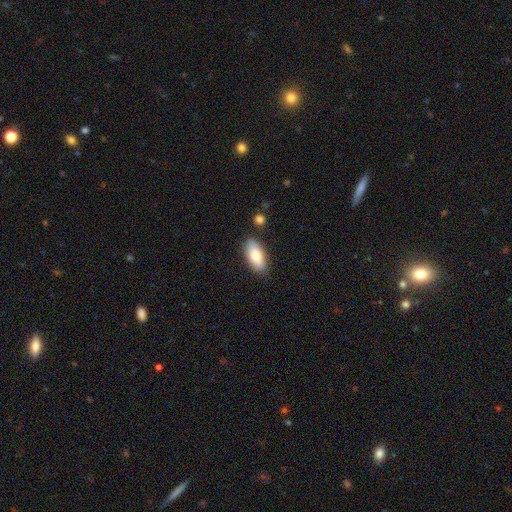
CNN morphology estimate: smooth_or_featured: smooth (p=0.80) [alt: featured or disk p=0.14]
how_rounded: in between (p=0.87) [alt: cigar-shaped p=0.10]
merging: none (p=0.83) [alt: minor disturbance p=0.12]